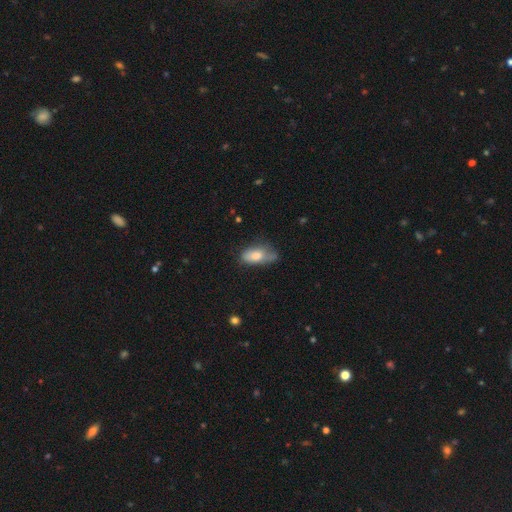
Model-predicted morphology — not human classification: The model was most divided on "merging": none: 39%, minor disturbance: 37%, major disturbance: 19%, merger: 5%. More confident: how rounded — in between (88%); smooth or featured — smooth (75%).